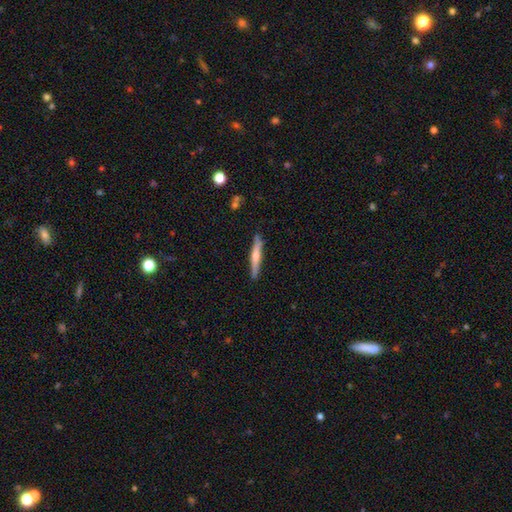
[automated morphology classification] Smooth or featured?
  - featured or disk: 58% *
  - smooth: 36%
  - star or artifact: 6%
Edge-on disk?
  - yes: 97% *
  - no: 3%
Edge-on bulge?
  - rounded: 81% *
  - none: 14%
  - boxy: 5%
Merging?
  - none: 90% *
  - minor disturbance: 8%
  - major disturbance: 1%
  - merger: 1%